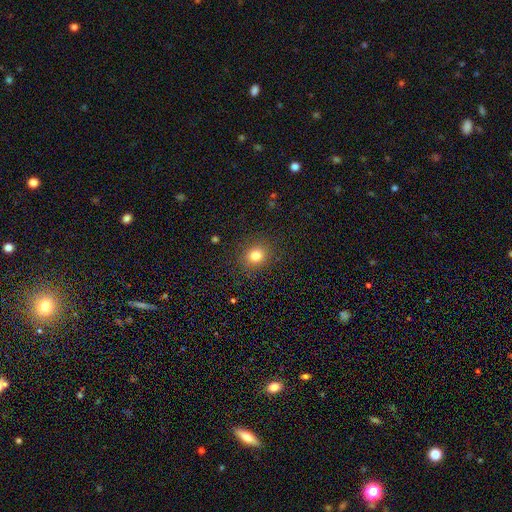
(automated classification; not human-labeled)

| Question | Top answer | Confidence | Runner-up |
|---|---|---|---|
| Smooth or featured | smooth | 81% | star or artifact (13%) |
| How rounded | round | 76% | in between (23%) |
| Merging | none | 88% | minor disturbance (8%) |